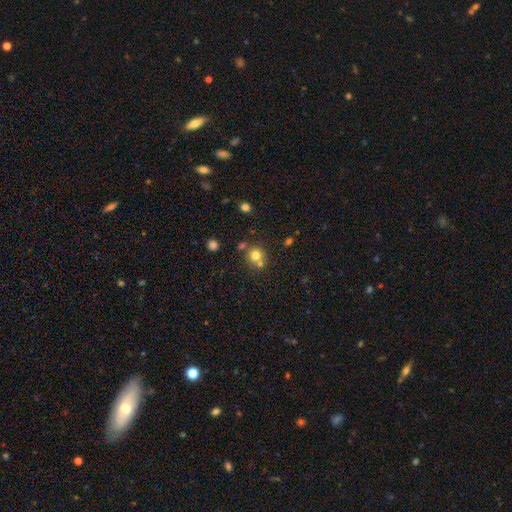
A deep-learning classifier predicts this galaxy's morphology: A smooth galaxy with no disk features (72%) that is round (88%). Merging: none (62%).